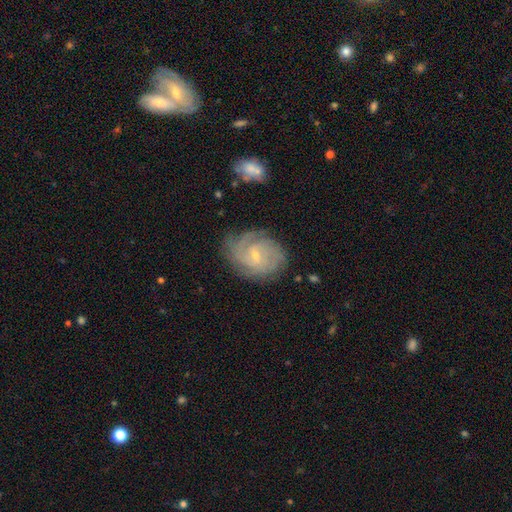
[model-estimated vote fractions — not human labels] smooth_or_featured: featured or disk (p=0.81) [alt: smooth p=0.13]
disk_edge_on: no (p=0.97) [alt: yes p=0.03]
bar: weak (p=0.47) [alt: no p=0.45]
has_spiral_arms: yes (p=0.95) [alt: no p=0.05]
spiral_winding: tight (p=0.63) [alt: medium p=0.30]
spiral_arm_count: can't tell (p=0.35) [alt: 3 p=0.20]
bulge_size: small (p=0.75) [alt: moderate p=0.22]
merging: none (p=0.73) [alt: minor disturbance p=0.18]